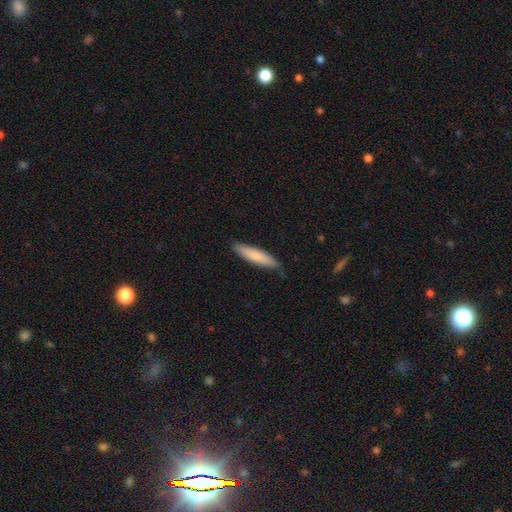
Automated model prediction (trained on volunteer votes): Smooth or featured: smooth — 80% (featured or disk — 15%)
How rounded: cigar-shaped — 81% (in between — 18%)
Merging: none — 82% (minor disturbance — 15%)